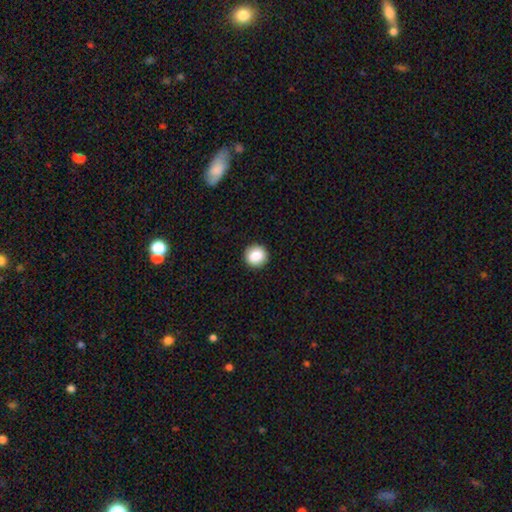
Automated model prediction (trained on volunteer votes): A smooth galaxy with no disk features (86%) that is round (92%).

Vote fractions:
- Smooth or featured? smooth: 86% / star or artifact: 9% / featured or disk: 5%
- How rounded? round: 92% / in between: 7% / cigar-shaped: 1%
- Merging? none: 92% / minor disturbance: 5% / major disturbance: 2% / merger: 1%